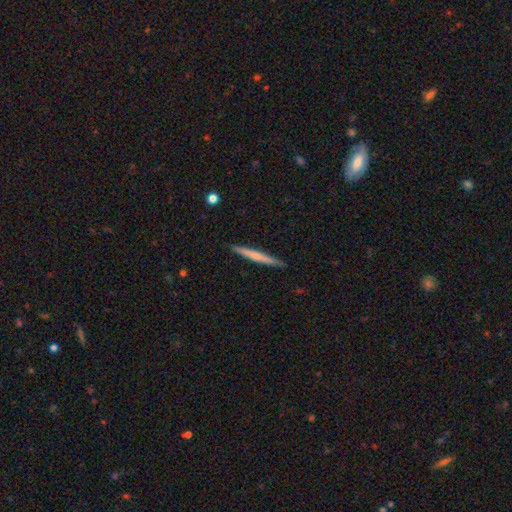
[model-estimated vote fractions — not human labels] Overall: smooth (54%; featured or disk 41%). How rounded: cigar-shaped (97%). Merging: none (90%).